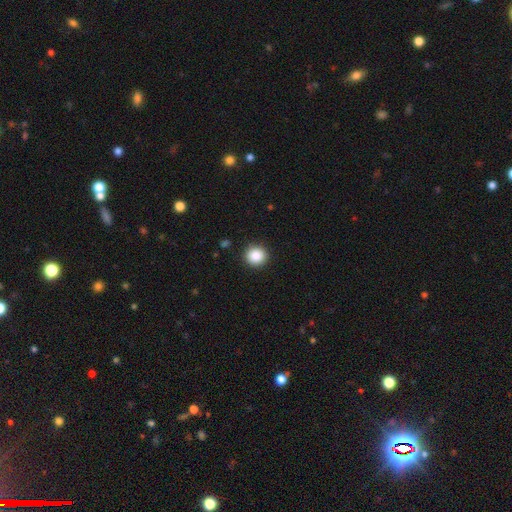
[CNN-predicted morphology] The model was most divided on "smooth or featured": smooth: 87%, star or artifact: 9%, featured or disk: 4%. More confident: how rounded — round (93%); merging — none (92%).